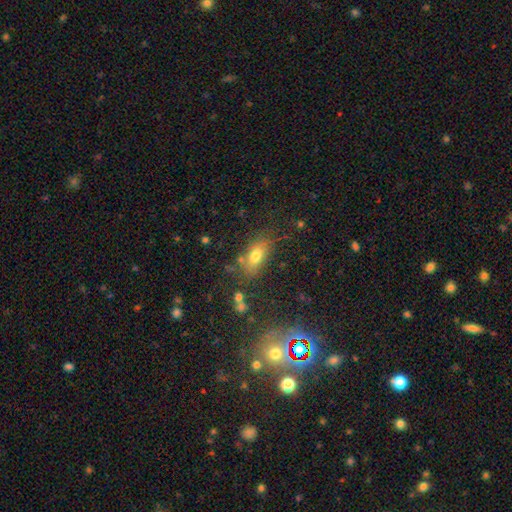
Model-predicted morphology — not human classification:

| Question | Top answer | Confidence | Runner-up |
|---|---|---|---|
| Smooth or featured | smooth | 70% | star or artifact (15%) |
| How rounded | in between | 81% | round (10%) |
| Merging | none | 71% | minor disturbance (16%) |